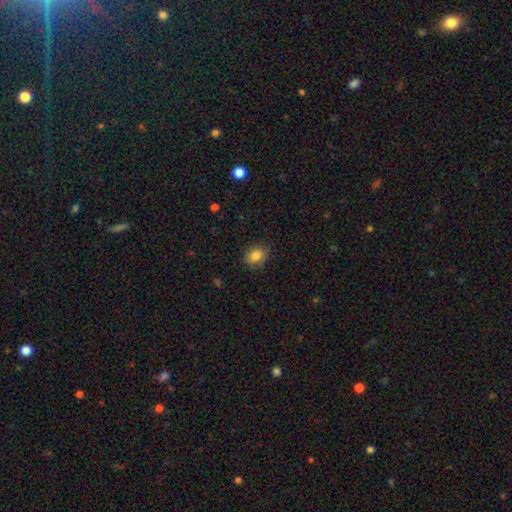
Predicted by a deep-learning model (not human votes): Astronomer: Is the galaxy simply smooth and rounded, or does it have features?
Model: smooth — 84%.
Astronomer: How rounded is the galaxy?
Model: in between — 53% (runner-up: round, 46%).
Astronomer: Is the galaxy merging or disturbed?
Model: none — 83%.